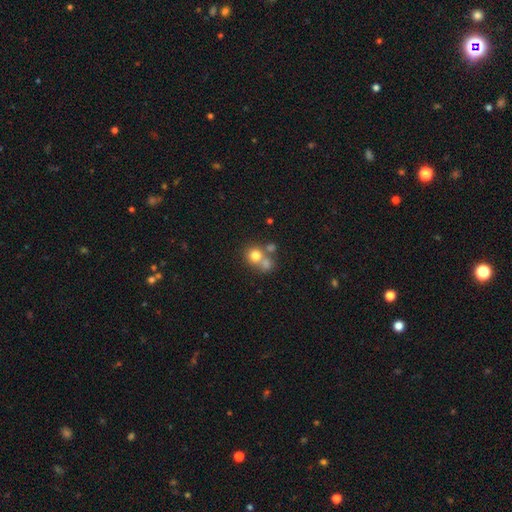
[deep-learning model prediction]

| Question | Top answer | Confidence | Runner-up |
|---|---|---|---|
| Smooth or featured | smooth | 73% | featured or disk (14%) |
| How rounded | round | 83% | in between (16%) |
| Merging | none | 44% | tied: merger (44%) |